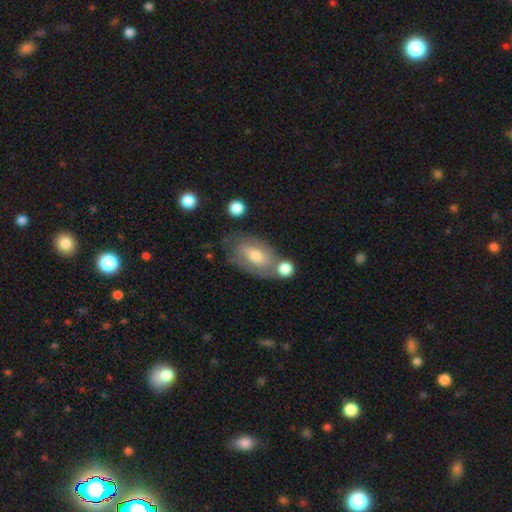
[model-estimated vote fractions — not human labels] Smooth or featured?
  - smooth: 50% *
  - featured or disk: 43%
  - star or artifact: 7%
Merging?
  - none: 47% *
  - minor disturbance: 22%
  - merger: 21%
  - major disturbance: 10%